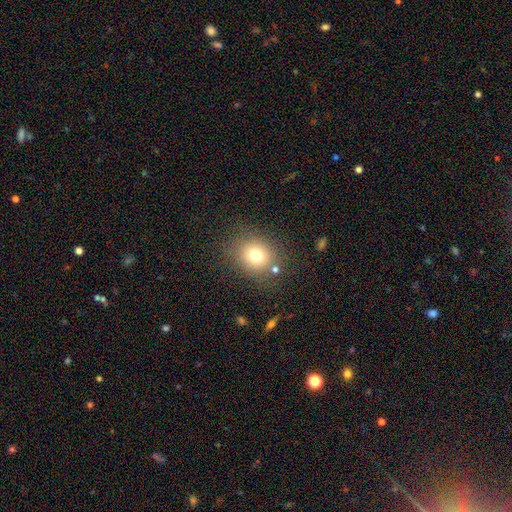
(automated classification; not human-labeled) smooth-or-featured: smooth: 74% | star or artifact: 14% | featured or disk: 12%
  how-rounded: round: 72% | in between: 27% | cigar-shaped: 1%
  merging: none: 77% | minor disturbance: 12% | merger: 6% | major disturbance: 5%